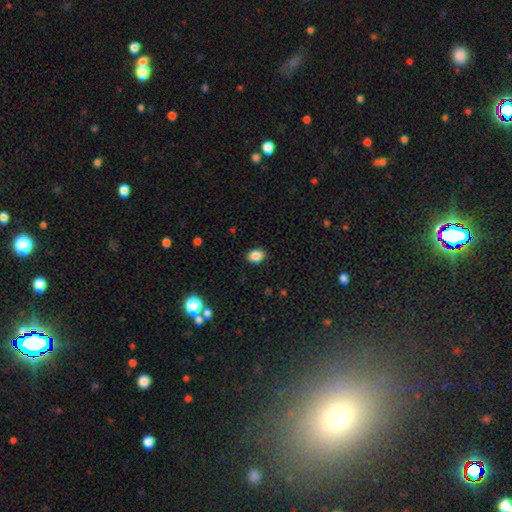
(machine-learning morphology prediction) Smooth or featured? smooth (86%)
How rounded? in between (60%)
Merging? none (87%)